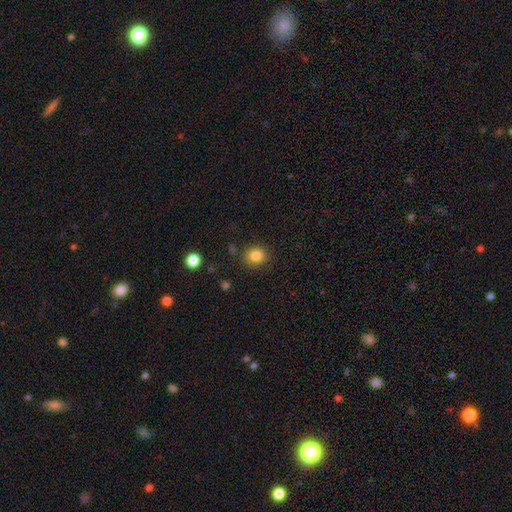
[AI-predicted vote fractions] Morphology: type=smooth (84%); roundness=round (82%); merging=none (86%).